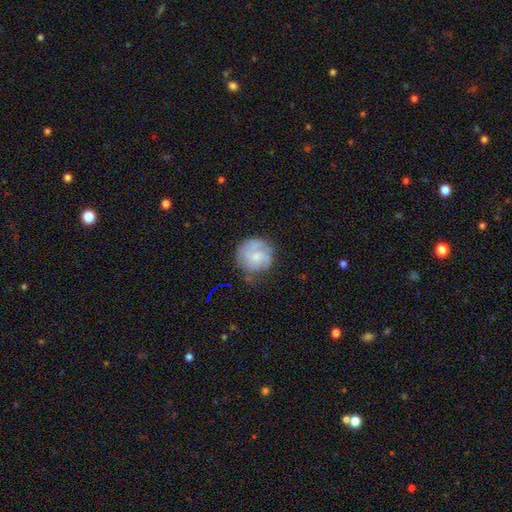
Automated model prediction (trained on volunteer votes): Overall: smooth (48%; featured or disk 44%). Merging: none (60%; minor disturbance 26%).